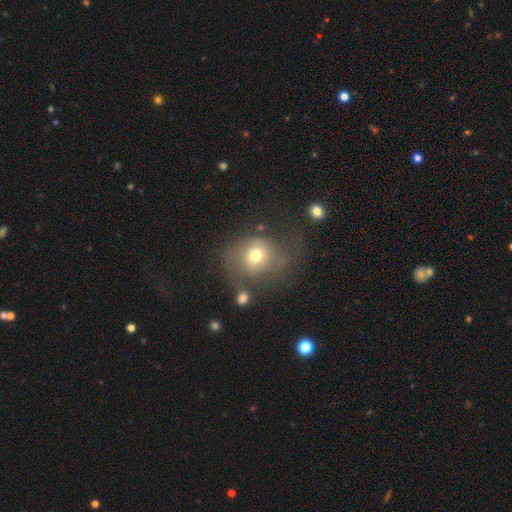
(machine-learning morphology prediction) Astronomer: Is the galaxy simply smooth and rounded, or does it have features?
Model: smooth — 68%.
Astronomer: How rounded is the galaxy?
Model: round — 69%.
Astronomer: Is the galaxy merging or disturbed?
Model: none — 41% (runner-up: major disturbance, 28%).